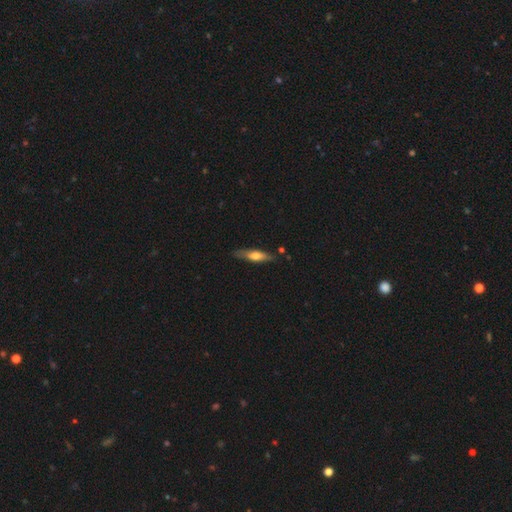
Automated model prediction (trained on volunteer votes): This appears to be a smooth galaxy with no disk features (52%) that is cigar-shaped (73%). Merging: none (79%).